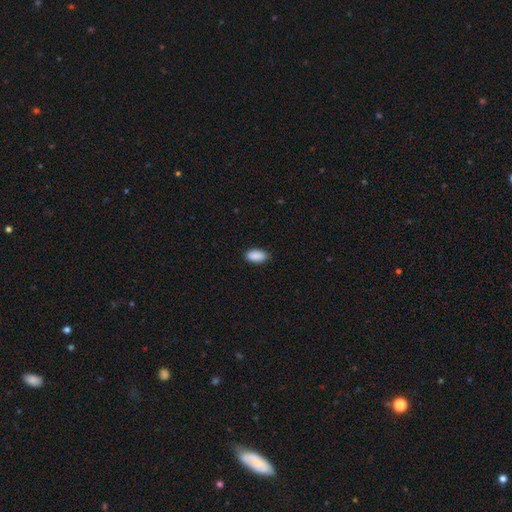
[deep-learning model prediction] Q: Smooth or featured?
A: smooth (91%); runner-up: star or artifact (7%)
Q: How rounded?
A: in between (94%); runner-up: cigar-shaped (3%)
Q: Merging?
A: none (87%); runner-up: minor disturbance (10%)